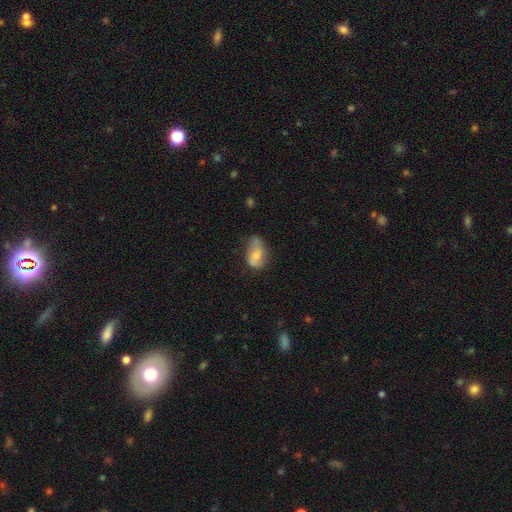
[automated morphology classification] A smooth galaxy with no disk features (59%) that is in between round and cigar-shaped (83%).

Vote fractions:
- Smooth or featured? smooth: 59% / featured or disk: 33% / star or artifact: 9%
- How rounded? in between: 83% / round: 15% / cigar-shaped: 2%
- Merging? minor disturbance: 37% / none: 35% / major disturbance: 19% / merger: 9%